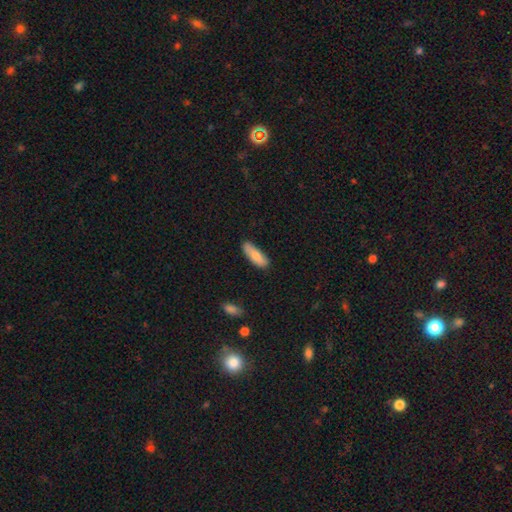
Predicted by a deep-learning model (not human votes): This is clearly a smooth galaxy (81%). How rounded: possibly in between (56%). Merging: likely none (77%).